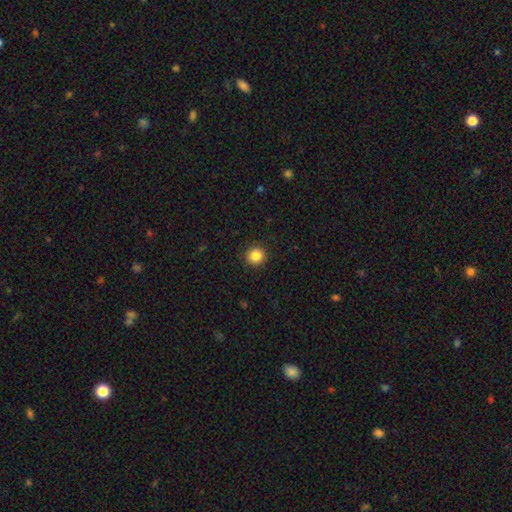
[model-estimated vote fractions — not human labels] Smooth or featured? Predicted: smooth (p=0.86). How rounded? Predicted: round (p=0.94). Merging? Predicted: none (p=0.92).